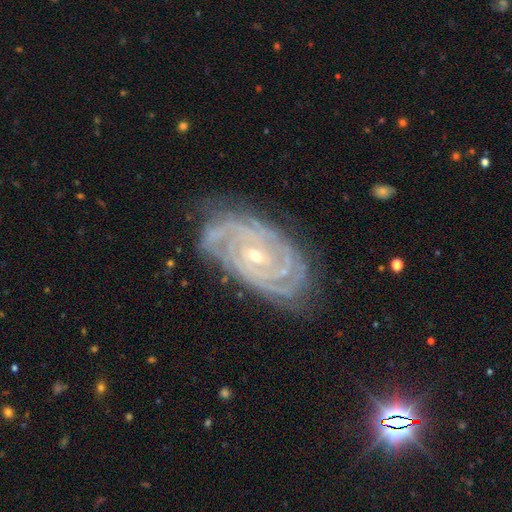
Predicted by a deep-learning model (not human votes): This appears to be a featured or disk galaxy (91%) with no bar (50%), 3 (23%) tight (82%) spiral arms (98%) and a small central bulge (68%). Merging: none (77%).